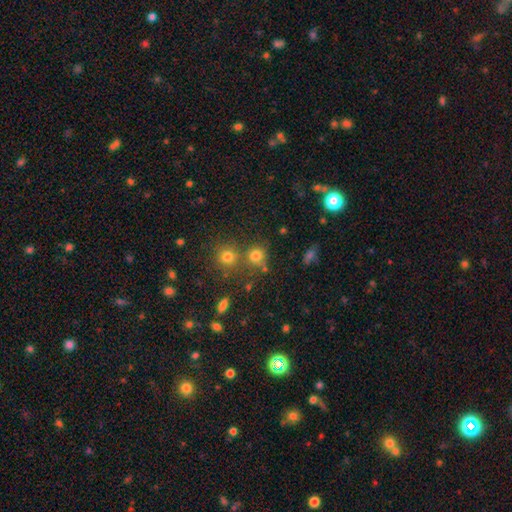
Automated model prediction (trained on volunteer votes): Q: Smooth or featured?
A: smooth (76%); runner-up: star or artifact (16%)
Q: How rounded?
A: round (87%); runner-up: in between (12%)
Q: Merging?
A: none (66%); runner-up: merger (21%)